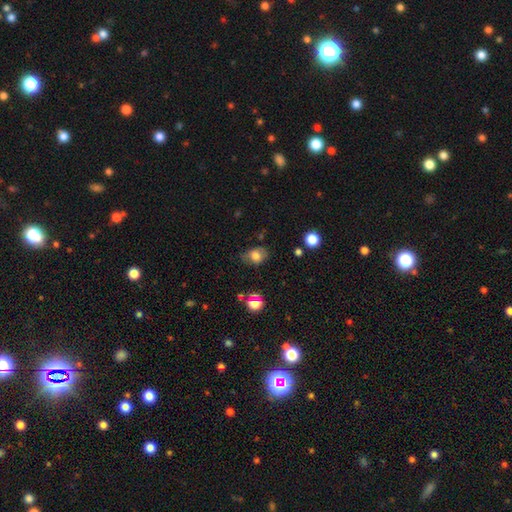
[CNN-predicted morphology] Smooth or featured: smooth — 71% (featured or disk — 18%)
How rounded: in between — 72% (round — 27%)
Merging: none — 68% (minor disturbance — 23%)